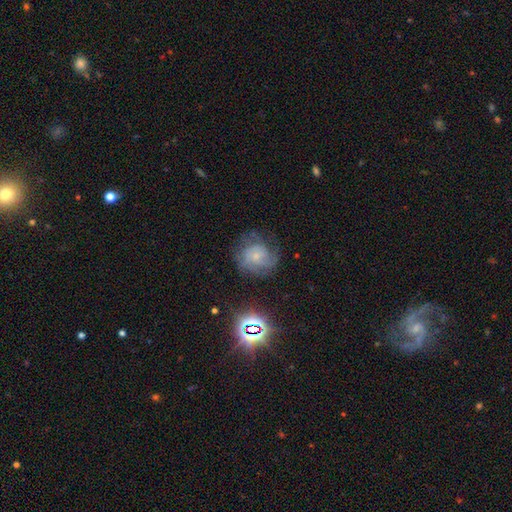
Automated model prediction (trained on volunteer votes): featured or disk 55%, smooth 30%, star or artifact 15%. Down the decision tree: edge-on disk — no (98%); bar — no (75%); spiral arms — yes (81%); bulge size — small (62%); merging — none (56%).